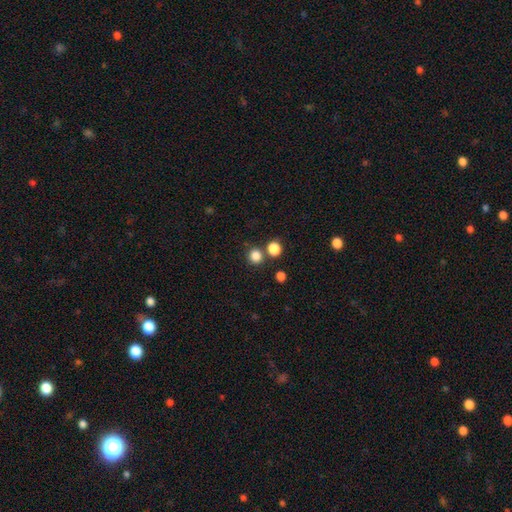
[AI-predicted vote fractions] smooth 82%, star or artifact 14%, featured or disk 4%. Down the decision tree: how rounded — round (89%); merging — none (76%).